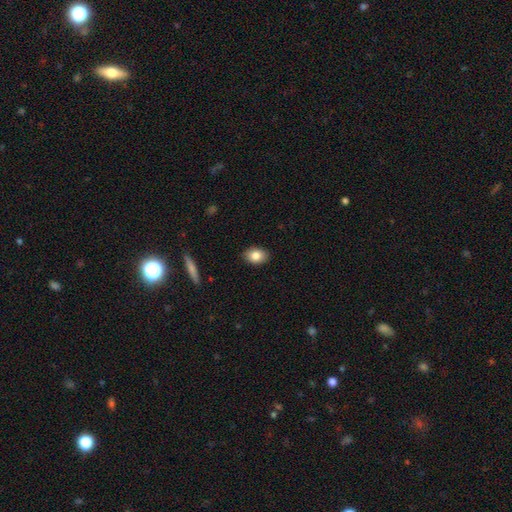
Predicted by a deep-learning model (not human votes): smooth-or-featured: smooth: 83% | featured or disk: 10% | star or artifact: 8%
  how-rounded: in between: 77% | round: 22% | cigar-shaped: 1%
  merging: none: 88% | minor disturbance: 9% | major disturbance: 2% | merger: 1%